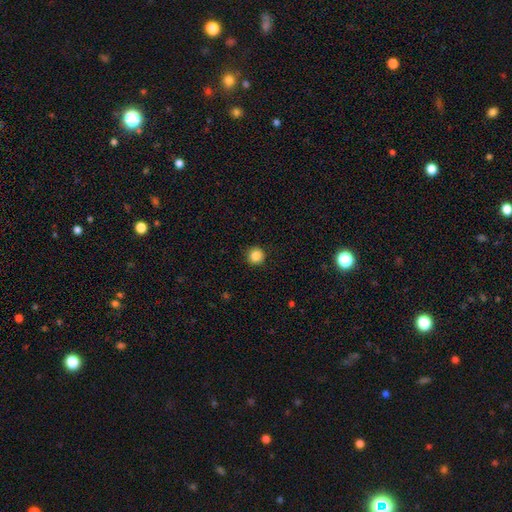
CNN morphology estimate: smooth-or-featured: smooth: 86% | star or artifact: 10% | featured or disk: 4%
  how-rounded: round: 94% | in between: 5% | cigar-shaped: 1%
  merging: none: 91% | minor disturbance: 6% | major disturbance: 2% | merger: 1%